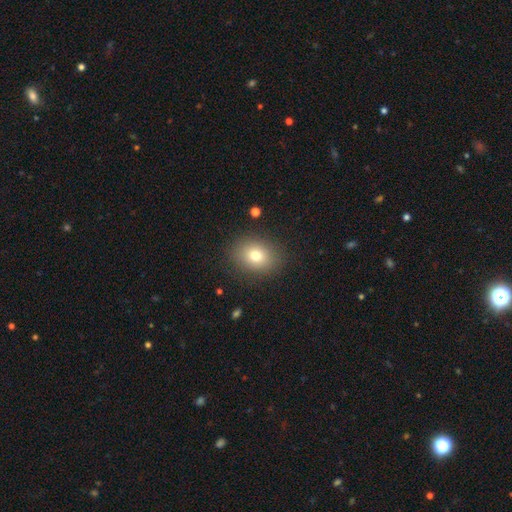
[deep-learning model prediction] This appears to be a smooth galaxy with no disk features (77%) that is in between round and cigar-shaped (51%). Merging: none (87%).